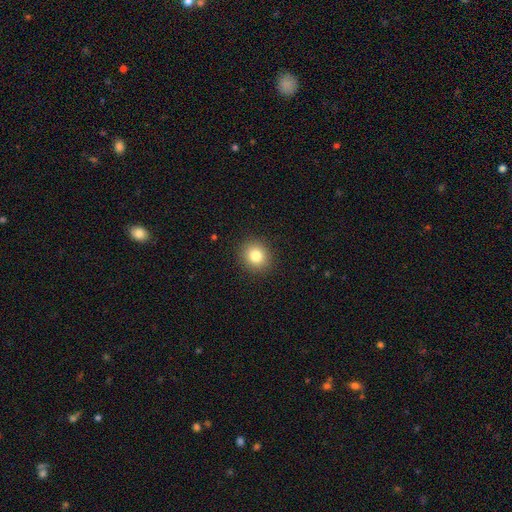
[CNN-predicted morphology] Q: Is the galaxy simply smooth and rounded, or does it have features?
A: smooth — 82%.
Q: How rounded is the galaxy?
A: round — 81%.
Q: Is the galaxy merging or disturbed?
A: none — 91%.